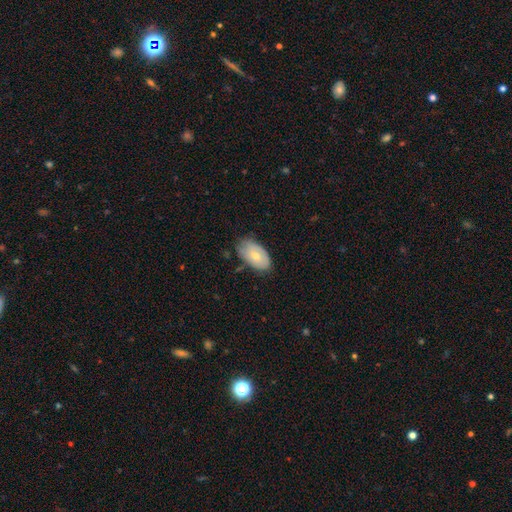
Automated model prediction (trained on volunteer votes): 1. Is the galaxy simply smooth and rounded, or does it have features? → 66% smooth, 28% featured or disk, 6% star or artifact.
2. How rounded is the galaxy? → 93% in between, 5% round, 1% cigar-shaped.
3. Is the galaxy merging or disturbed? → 66% none, 28% minor disturbance, 5% major disturbance, 2% merger.